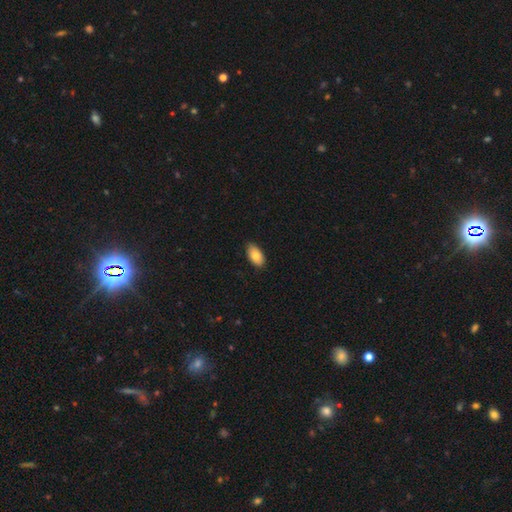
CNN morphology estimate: Smooth or featured: smooth — 83% (featured or disk — 10%)
How rounded: in between — 94% (round — 4%)
Merging: none — 83% (minor disturbance — 14%)